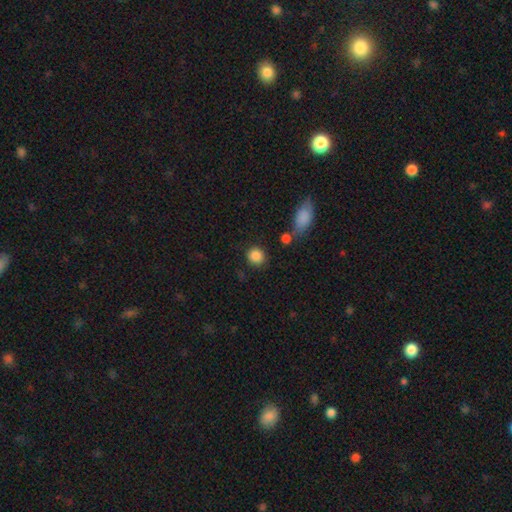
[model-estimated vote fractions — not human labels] This is clearly a smooth galaxy (87%). How rounded: clearly round (84%). Merging: likely none (79%).